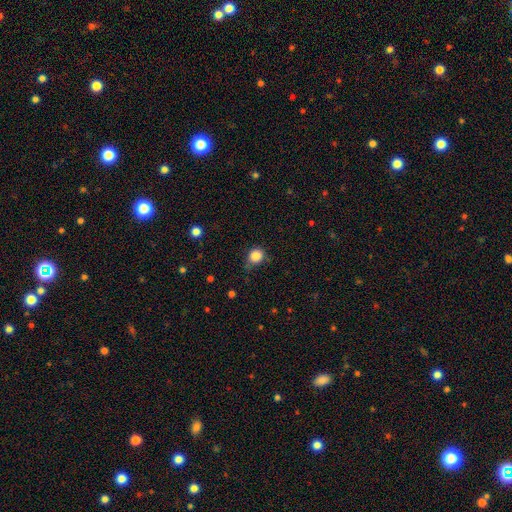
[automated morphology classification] type=smooth (84%); roundness=round (83%); merging=none (63%).